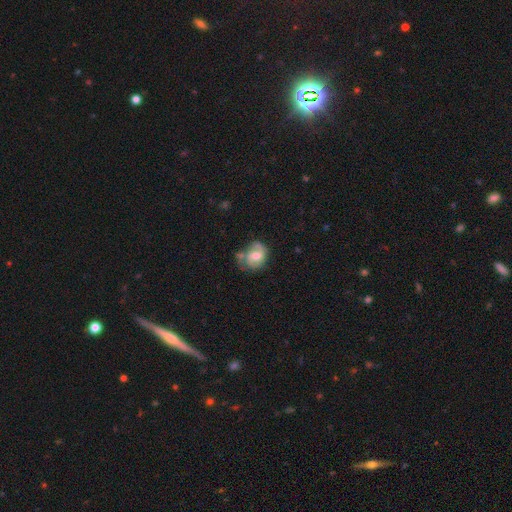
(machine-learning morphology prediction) smooth-or-featured: featured or disk: 61% | smooth: 32% | star or artifact: 7%
  disk-edge-on: no: 97% | yes: 3%
    bar: no: 47% | weak: 43% | strong: 10%
    has-spiral-arms: yes: 81% | no: 19%
    bulge-size: moderate: 63% | small: 18% | large: 14% | none: 3% | dominant: 1%
  merging: none: 45% | minor disturbance: 27% | major disturbance: 15% | merger: 13%